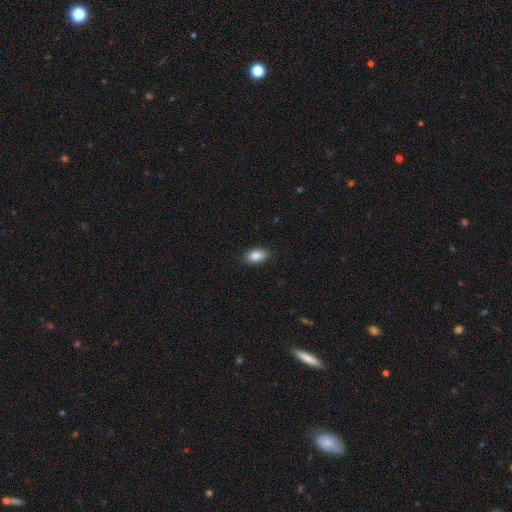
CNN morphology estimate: Q: Smooth or featured?
A: smooth (87%); runner-up: star or artifact (8%)
Q: How rounded?
A: in between (90%); runner-up: round (7%)
Q: Merging?
A: none (89%); runner-up: minor disturbance (8%)